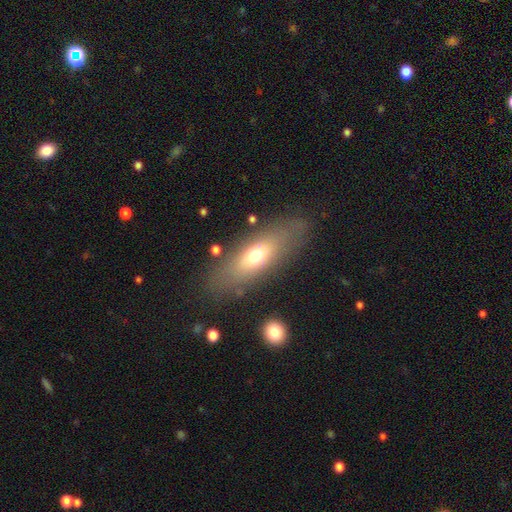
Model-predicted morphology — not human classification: Q: Smooth or featured?
A: smooth (59%); runner-up: featured or disk (33%)
Q: How rounded?
A: in between (55%); runner-up: cigar-shaped (42%)
Q: Merging?
A: none (80%); runner-up: minor disturbance (12%)